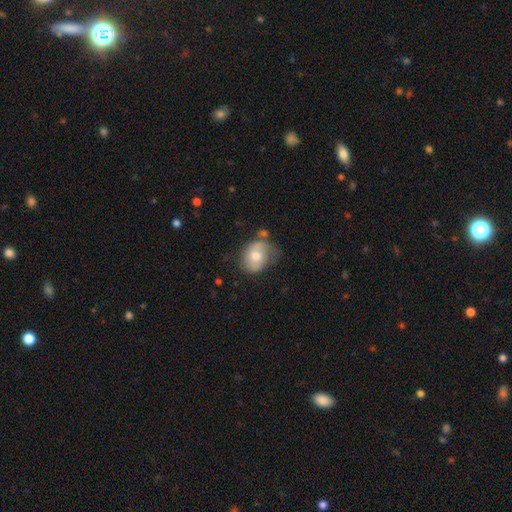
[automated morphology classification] Smooth or featured?
  - smooth: 58% *
  - featured or disk: 35%
  - star or artifact: 7%
How rounded?
  - in between: 51% *
  - round: 48%
  - cigar-shaped: 1%
Merging?
  - none: 46% *
  - minor disturbance: 33%
  - major disturbance: 15%
  - merger: 7%